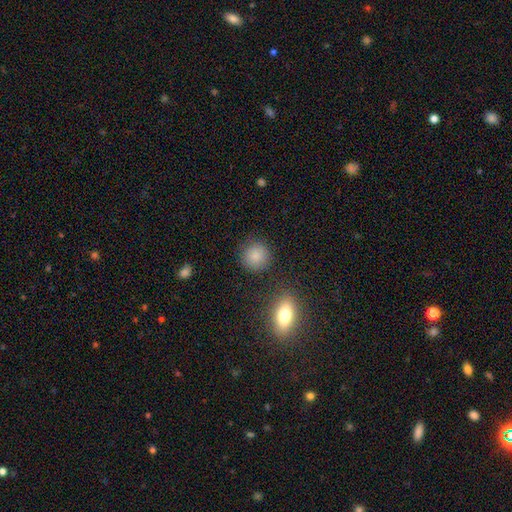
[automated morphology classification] Q: Smooth or featured?
A: smooth (85%); runner-up: star or artifact (10%)
Q: How rounded?
A: round (91%); runner-up: in between (8%)
Q: Merging?
A: none (86%); runner-up: minor disturbance (8%)